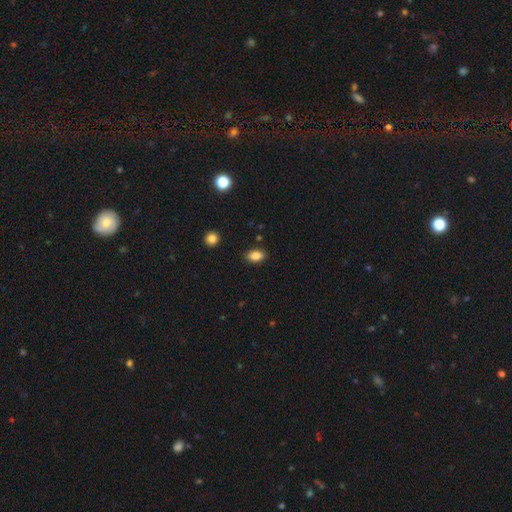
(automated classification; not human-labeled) smooth_or_featured: smooth (p=0.85) [alt: star or artifact p=0.09]
how_rounded: in between (p=0.87) [alt: round p=0.11]
merging: none (p=0.84) [alt: minor disturbance p=0.12]